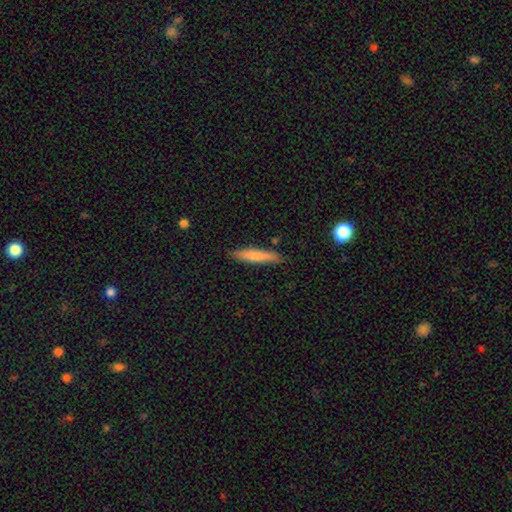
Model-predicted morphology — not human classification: The model was most divided on "smooth or featured": smooth: 74%, featured or disk: 20%, star or artifact: 6%. More confident: how rounded — cigar-shaped (90%); merging — none (84%).